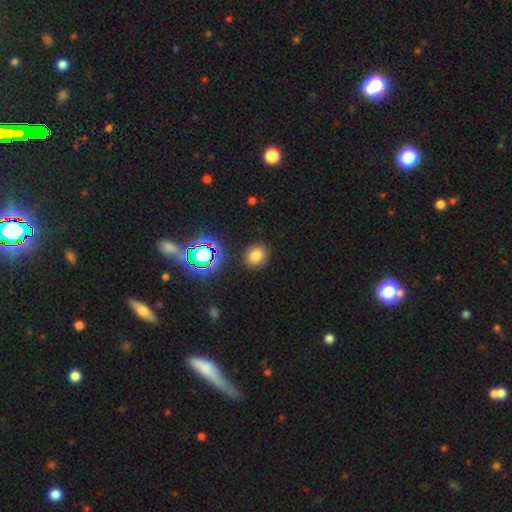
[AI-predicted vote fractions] A smooth galaxy with no disk features (74%) that is round (62%).

Vote fractions:
- Smooth or featured? smooth: 74% / star or artifact: 18% / featured or disk: 7%
- How rounded? round: 62% / in between: 37% / cigar-shaped: 1%
- Merging? none: 88% / minor disturbance: 8% / major disturbance: 3% / merger: 2%